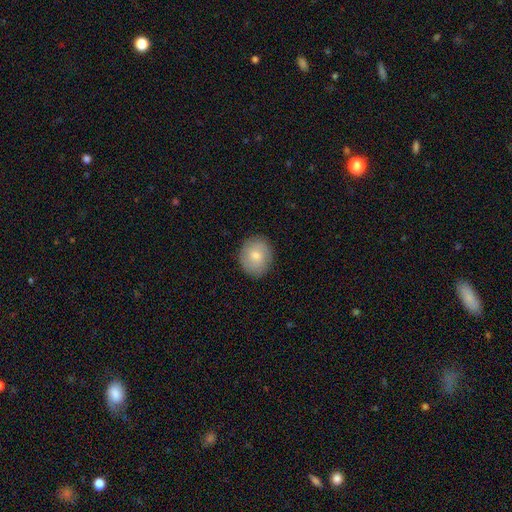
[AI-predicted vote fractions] This appears to be a smooth galaxy with no disk features (74%) that is round (66%). Merging: none (86%).